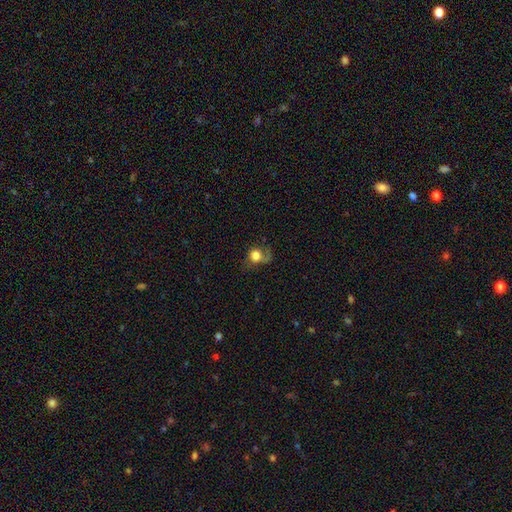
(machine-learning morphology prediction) Smooth or featured? Predicted: smooth (p=0.67). How rounded? Predicted: round (p=0.69). Merging? Predicted: major disturbance (p=0.39).